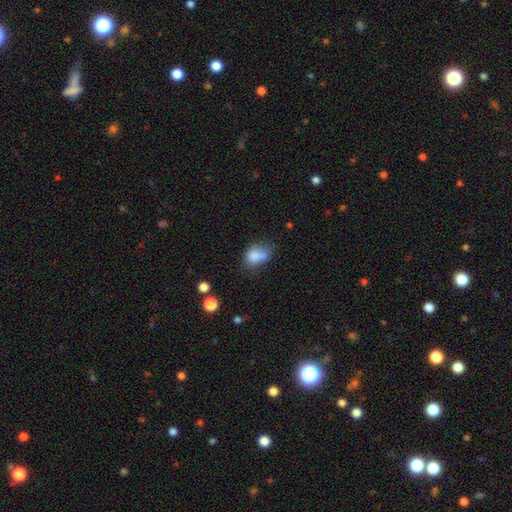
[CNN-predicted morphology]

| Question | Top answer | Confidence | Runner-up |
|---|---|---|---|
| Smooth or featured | smooth | 77% | featured or disk (12%) |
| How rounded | in between | 73% | round (26%) |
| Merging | minor disturbance | 33% | tied: none (33%) |